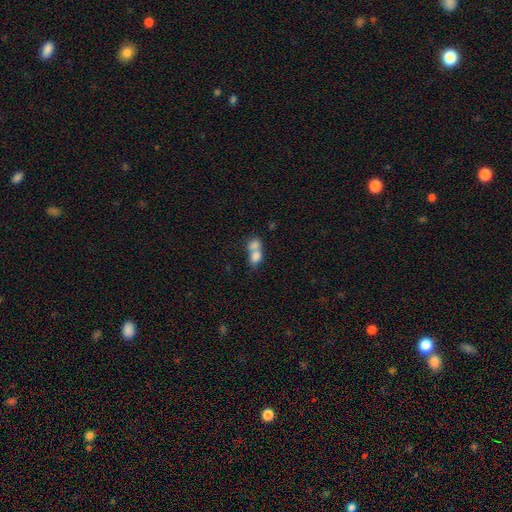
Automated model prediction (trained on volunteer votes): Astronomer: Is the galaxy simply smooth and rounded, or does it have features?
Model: smooth — 76%.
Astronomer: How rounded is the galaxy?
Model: in between — 70%.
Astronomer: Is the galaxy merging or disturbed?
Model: merger — 75%.